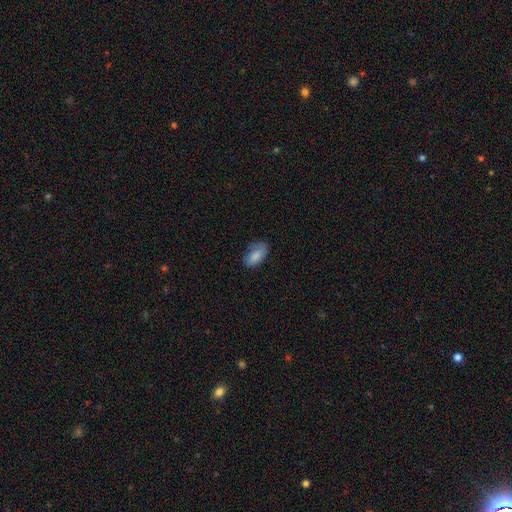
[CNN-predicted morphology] Smooth or featured: smooth — 82% (featured or disk — 11%)
How rounded: in between — 92% (cigar-shaped — 4%)
Merging: none — 68% (minor disturbance — 24%)